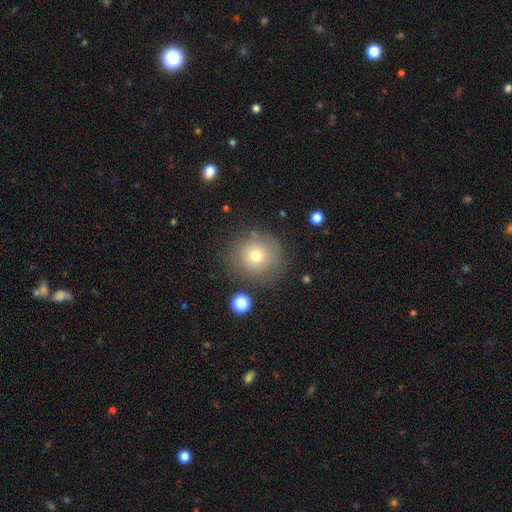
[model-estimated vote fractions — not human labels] This is likely a smooth galaxy (72%). How rounded: clearly round (90%). Merging: likely none (80%).